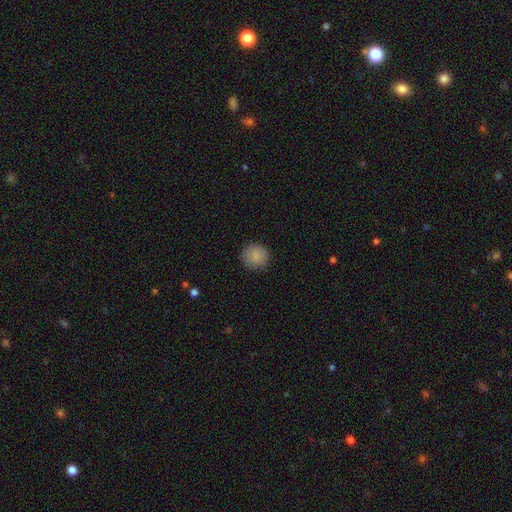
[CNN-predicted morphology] smooth 88%, star or artifact 8%, featured or disk 4%. Down the decision tree: how rounded — round (91%); merging — none (88%).